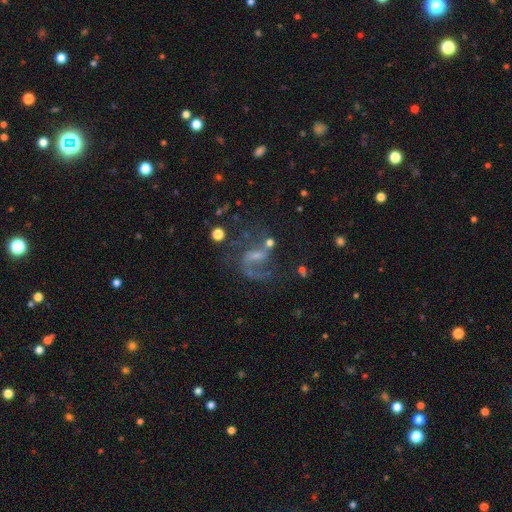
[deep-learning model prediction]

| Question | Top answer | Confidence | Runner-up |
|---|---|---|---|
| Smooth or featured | featured or disk | 77% | star or artifact (13%) |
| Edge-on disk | no | 97% | yes (3%) |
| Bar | weak | 49% | no (27%) |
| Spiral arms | yes | 90% | no (10%) |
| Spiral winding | loose | 49% | medium (41%) |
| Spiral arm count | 2 | 69% | 1 (20%) |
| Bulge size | small | 46% | none (24%) |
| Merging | none | 50% | major disturbance (25%) |